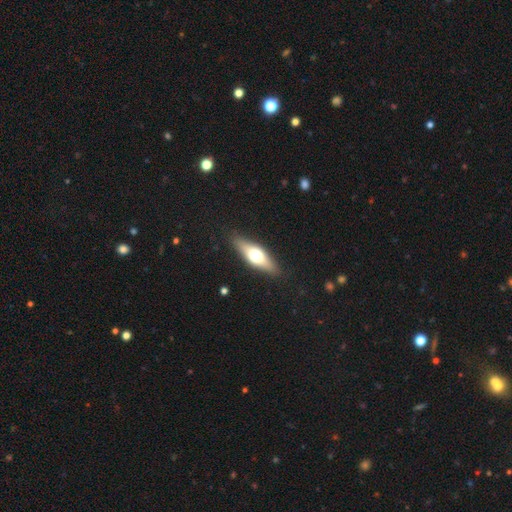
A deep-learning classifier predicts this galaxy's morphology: Q: Smooth or featured?
A: featured or disk (48%); runner-up: smooth (46%)
Q: Merging?
A: none (87%); runner-up: minor disturbance (10%)